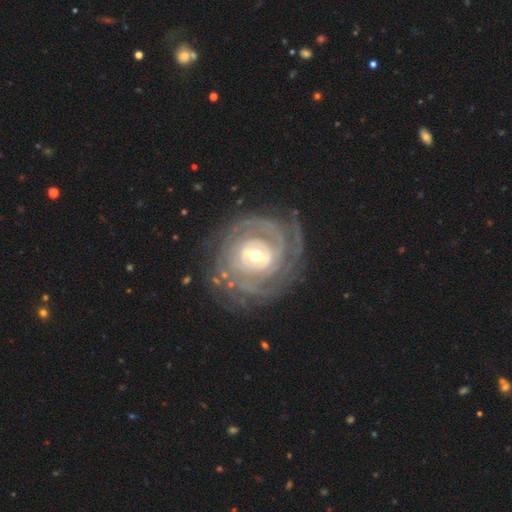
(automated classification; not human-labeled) Smooth or featured?
  - featured or disk: 89% *
  - smooth: 6%
  - star or artifact: 4%
Edge-on disk?
  - no: 96% *
  - yes: 4%
Bar?
  - strong: 45% *
  - weak: 42%
  - no: 14%
Spiral arms?
  - yes: 93% *
  - no: 7%
Spiral winding?
  - tight: 80% *
  - medium: 15%
  - loose: 4%
Spiral arm count?
  - can't tell: 36% *
  - 2: 20%
  - 3: 15%
  - 4: 13%
  - more than 4: 10%
  - 1: 6%
Bulge size?
  - moderate: 64% *
  - small: 26%
  - large: 8%
  - dominant: 1%
  - none: 1%
Merging?
  - none: 78% *
  - minor disturbance: 13%
  - major disturbance: 7%
  - merger: 1%